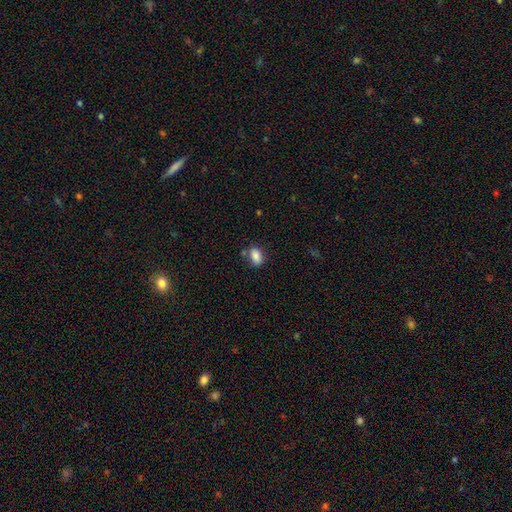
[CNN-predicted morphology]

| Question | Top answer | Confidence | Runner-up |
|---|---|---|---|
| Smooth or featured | smooth | 86% | star or artifact (9%) |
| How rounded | in between | 86% | round (12%) |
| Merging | none | 67% | minor disturbance (17%) |